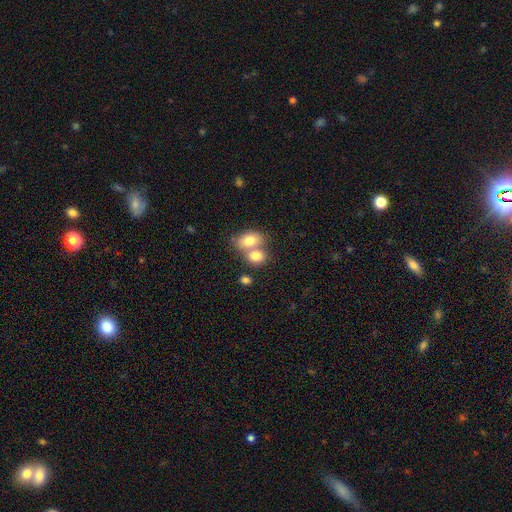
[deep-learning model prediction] A smooth galaxy with no disk features (79%) that is in between round and cigar-shaped (70%). Merging: merger (63%).